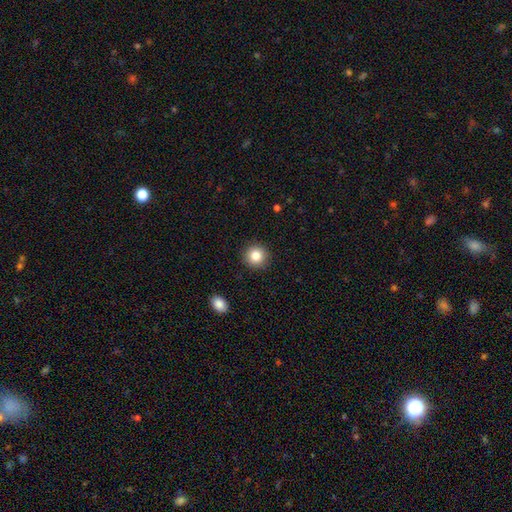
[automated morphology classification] Overall: smooth (83%). How rounded: round (93%). Merging: none (91%).